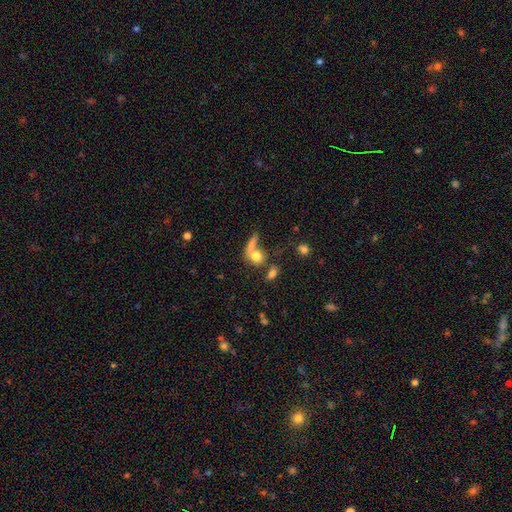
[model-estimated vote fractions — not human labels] The model was most divided on "merging": none: 42%, merger: 38%, minor disturbance: 11%, major disturbance: 9%. More confident: smooth or featured — smooth (75%); how rounded — round (61%).